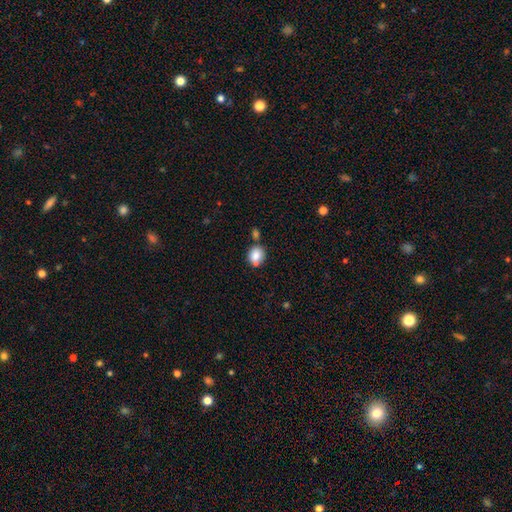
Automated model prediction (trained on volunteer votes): A smooth galaxy with no disk features (83%) that is round (63%).

Vote fractions:
- Smooth or featured? smooth: 83% / star or artifact: 9% / featured or disk: 8%
- How rounded? round: 63% / in between: 35% / cigar-shaped: 1%
- Merging? none: 60% / merger: 18% / minor disturbance: 17% / major disturbance: 5%